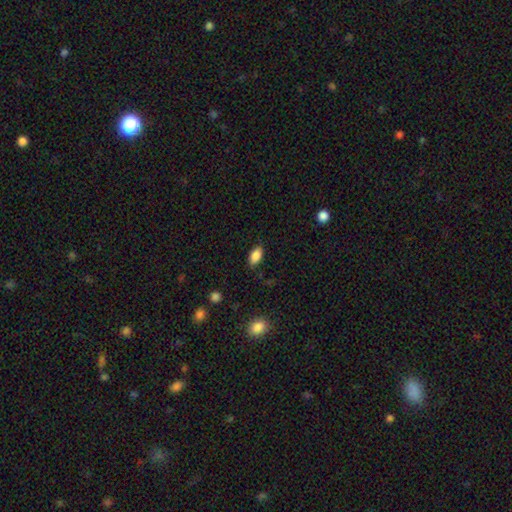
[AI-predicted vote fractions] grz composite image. It shows a smooth galaxy with no disk features (87%) that is in between round and cigar-shaped (92%). Merging: none (82%).